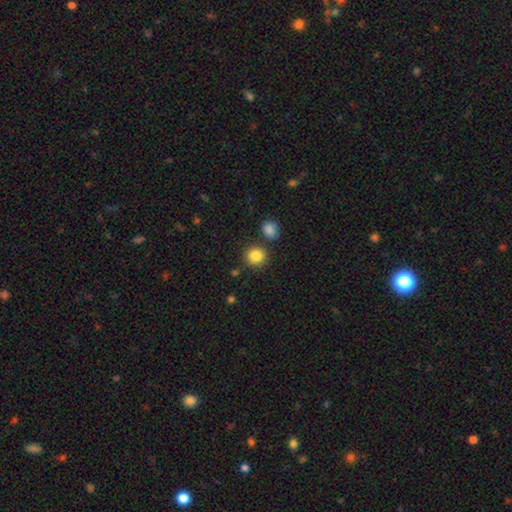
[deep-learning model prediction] This is clearly a smooth galaxy (86%). How rounded: clearly round (89%). Merging: clearly none (81%).